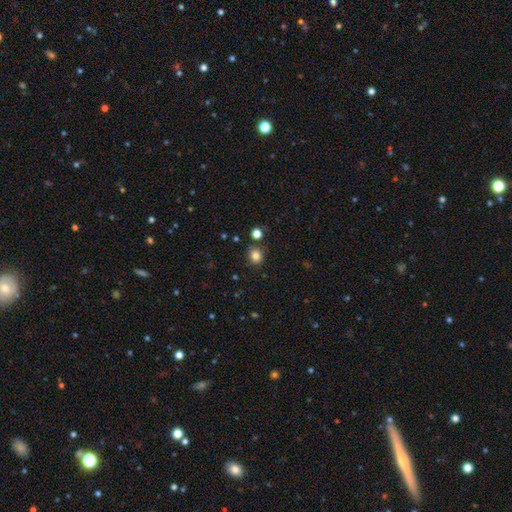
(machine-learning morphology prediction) Smooth or featured? smooth (81%)
How rounded? round (77%)
Merging? none (82%)